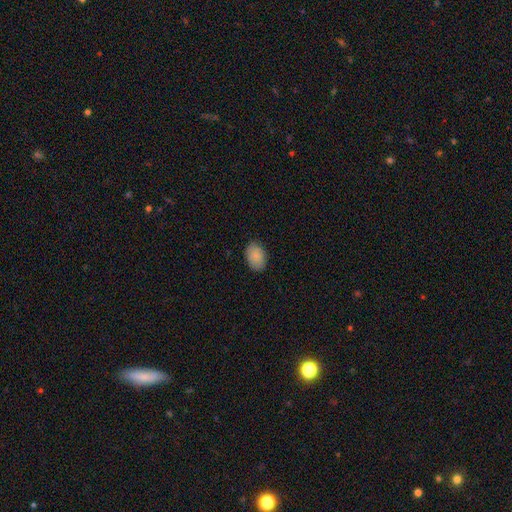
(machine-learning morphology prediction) A smooth galaxy with no disk features (87%) that is in between round and cigar-shaped (86%).

Vote fractions:
- Smooth or featured? smooth: 87% / star or artifact: 7% / featured or disk: 6%
- How rounded? in between: 86% / round: 13% / cigar-shaped: 1%
- Merging? none: 86% / minor disturbance: 10% / major disturbance: 2% / merger: 1%